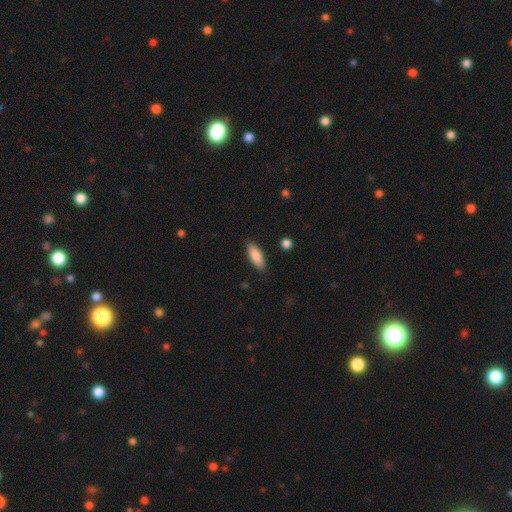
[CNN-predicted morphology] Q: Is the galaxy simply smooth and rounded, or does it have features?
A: smooth — 85%.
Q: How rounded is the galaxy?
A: in between — 66%.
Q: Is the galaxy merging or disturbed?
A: none — 87%.